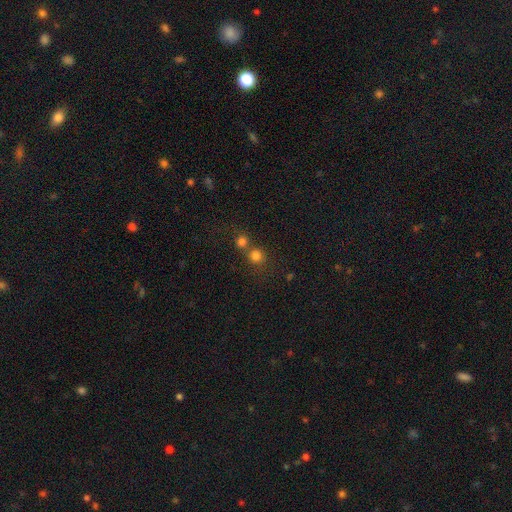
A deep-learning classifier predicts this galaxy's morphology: The model was most divided on "merging": none: 53%, merger: 38%, minor disturbance: 6%, major disturbance: 3%. More confident: how rounded — round (89%); smooth or featured — smooth (77%).